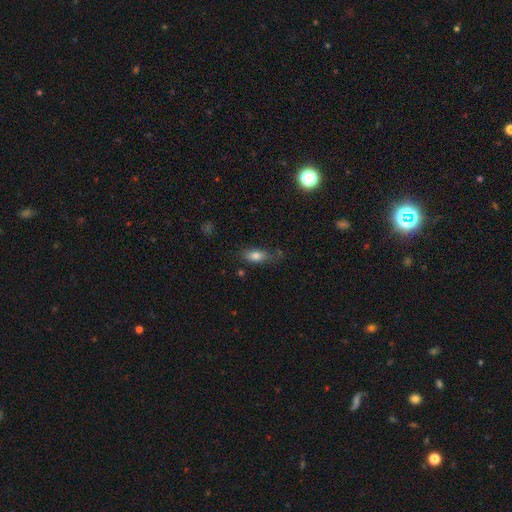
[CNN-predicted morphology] Smooth or featured? smooth (79%)
How rounded? in between (78%)
Merging? none (67%)